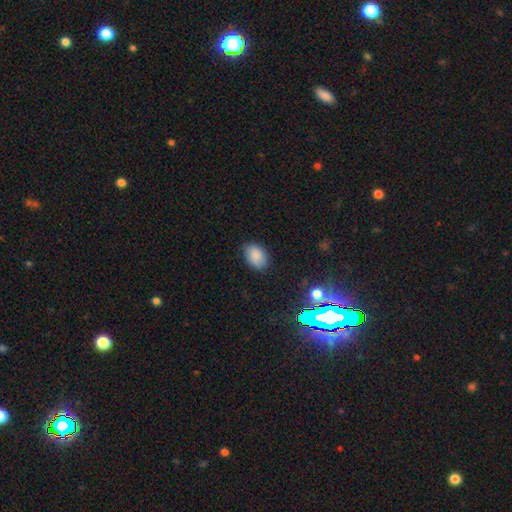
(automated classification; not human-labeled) Q: Smooth or featured?
A: smooth (85%); runner-up: star or artifact (10%)
Q: How rounded?
A: in between (81%); runner-up: round (18%)
Q: Merging?
A: none (79%); runner-up: minor disturbance (16%)